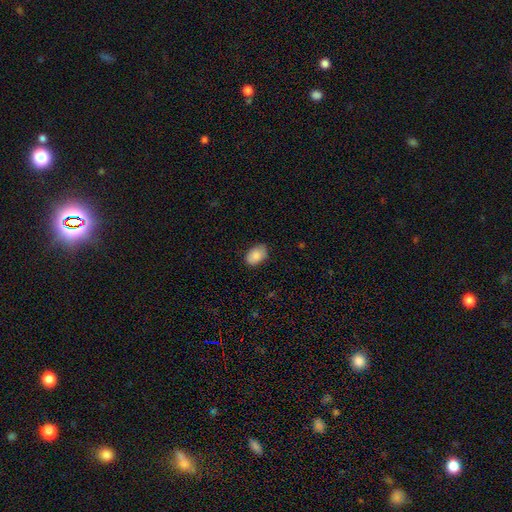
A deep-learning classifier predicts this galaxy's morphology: Smooth or featured?
  - smooth: 87% *
  - star or artifact: 7%
  - featured or disk: 6%
How rounded?
  - in between: 88% *
  - round: 11%
  - cigar-shaped: 1%
Merging?
  - none: 82% *
  - minor disturbance: 15%
  - major disturbance: 2%
  - merger: 1%